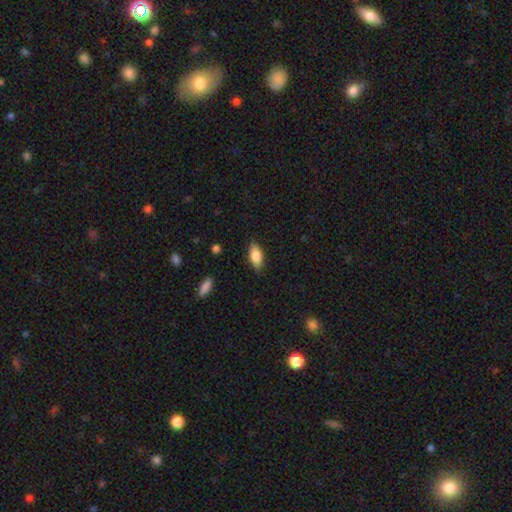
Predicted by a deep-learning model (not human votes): Overall: smooth (82%). How rounded: in between (85%). Merging: none (86%).